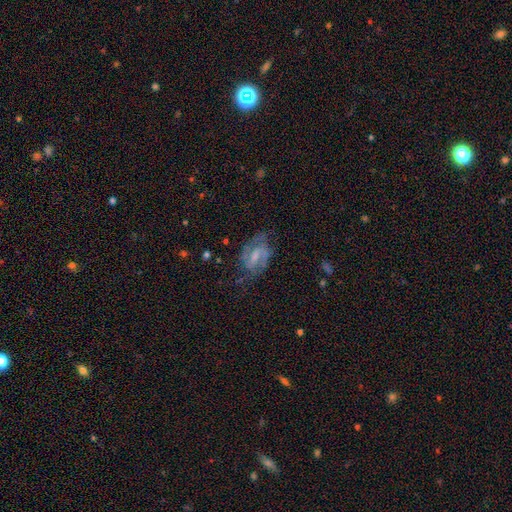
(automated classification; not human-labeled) This is likely a featured or disk galaxy (69%). It is clearly not viewed edge-on (96%). Bar: possibly weak (49%). Spiral arm pattern: clearly yes (84%). Spiral arm count: likely 2 (69%). Spiral winding: possibly medium (48%). Central bulge: marginally none (33%). Merging: possibly none (57%).